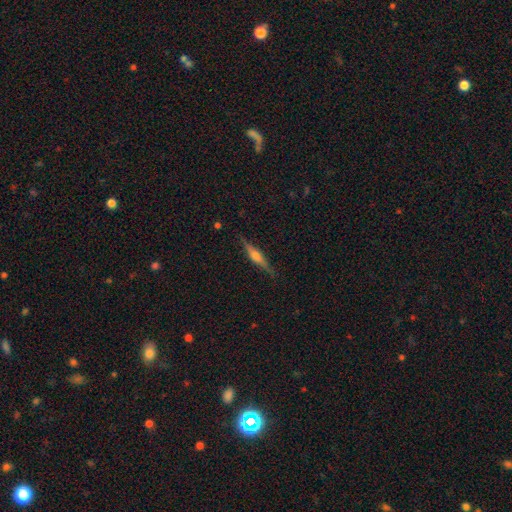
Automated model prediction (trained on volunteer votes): featured or disk 70%, smooth 23%, star or artifact 7%. Down the decision tree: edge-on disk — yes (97%); edge-on bulge — rounded (84%); merging — none (86%).